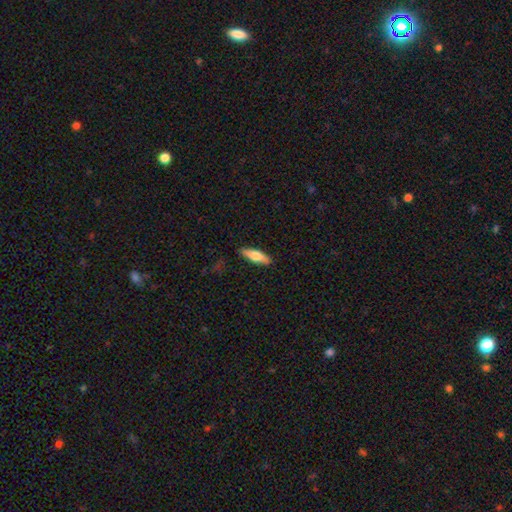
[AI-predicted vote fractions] Overall: smooth (64%; featured or disk 31%). How rounded: cigar-shaped (57%; in between 41%). Merging: none (88%).